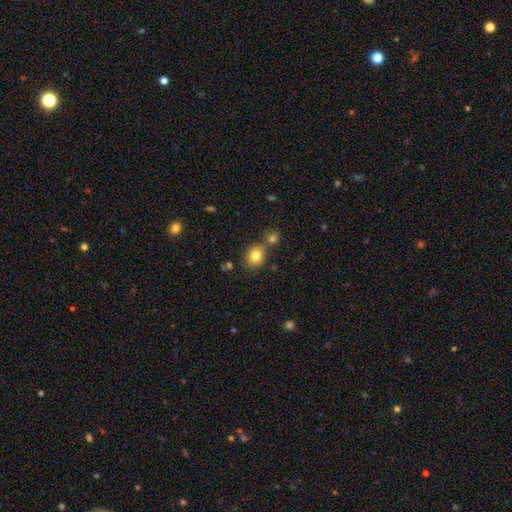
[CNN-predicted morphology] smooth-or-featured: smooth: 81% | star or artifact: 11% | featured or disk: 8%
  how-rounded: round: 62% | in between: 37% | cigar-shaped: 1%
  merging: none: 62% | merger: 24% | minor disturbance: 11% | major disturbance: 3%